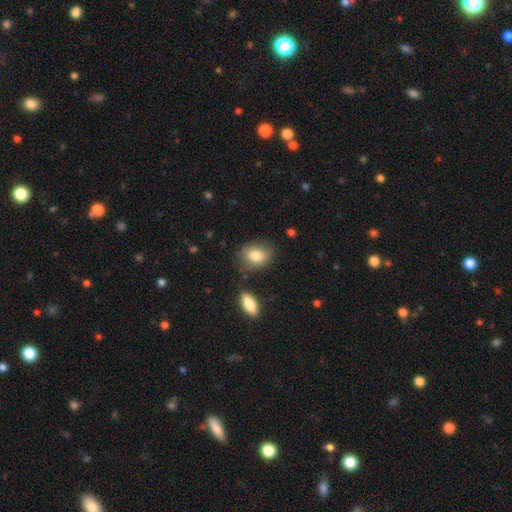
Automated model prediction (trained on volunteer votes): A smooth galaxy with no disk features (82%) that is in between round and cigar-shaped (65%).

Vote fractions:
- Smooth or featured? smooth: 82% / featured or disk: 10% / star or artifact: 8%
- How rounded? in between: 65% / round: 33% / cigar-shaped: 1%
- Merging? none: 74% / minor disturbance: 18% / merger: 5% / major disturbance: 4%